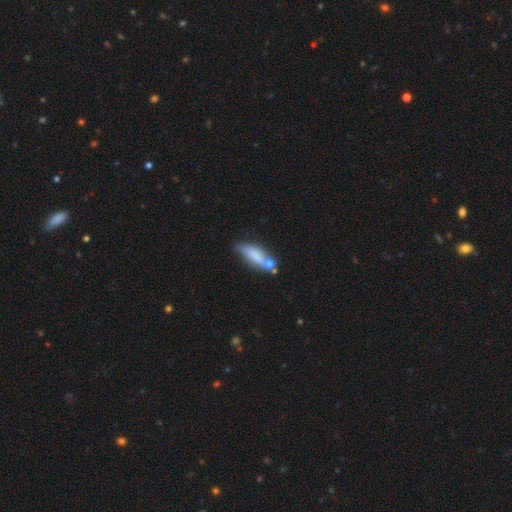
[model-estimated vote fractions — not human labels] The model was most divided on "merging": none: 40%, merger: 25%, minor disturbance: 25%, major disturbance: 11%. More confident: smooth or featured — smooth (67%); how rounded — in between (60%).